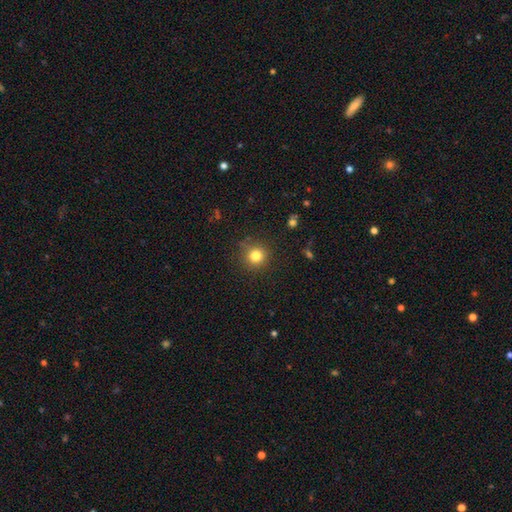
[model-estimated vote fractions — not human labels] Smooth or featured?
  - smooth: 81% *
  - star or artifact: 13%
  - featured or disk: 6%
How rounded?
  - round: 93% *
  - in between: 6%
  - cigar-shaped: 1%
Merging?
  - none: 87% *
  - minor disturbance: 9%
  - major disturbance: 3%
  - merger: 2%